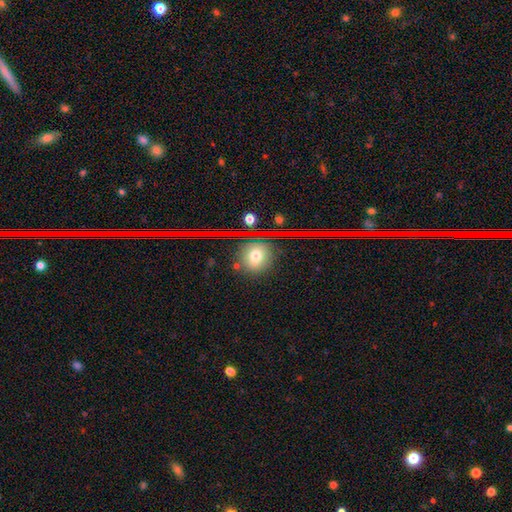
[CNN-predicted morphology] This is likely a smooth galaxy (68%). How rounded: likely round (75%). Merging: clearly none (82%).